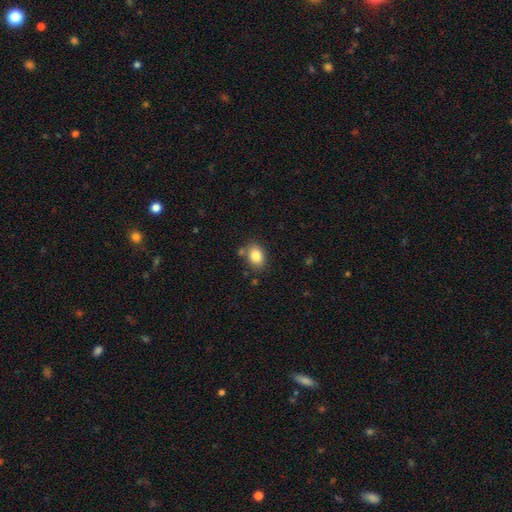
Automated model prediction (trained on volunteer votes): Smooth or featured?
  - smooth: 84% *
  - star or artifact: 9%
  - featured or disk: 7%
How rounded?
  - in between: 64% *
  - round: 35%
  - cigar-shaped: 1%
Merging?
  - none: 76% *
  - minor disturbance: 13%
  - merger: 7%
  - major disturbance: 4%